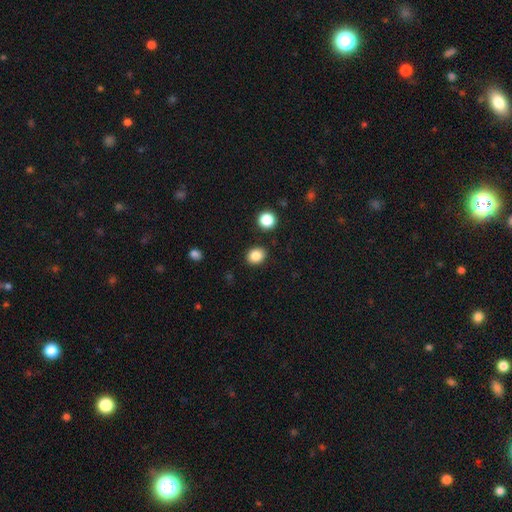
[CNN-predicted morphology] Smooth or featured? Predicted: smooth (p=0.85). How rounded? Predicted: round (p=0.59). Merging? Predicted: none (p=0.87).